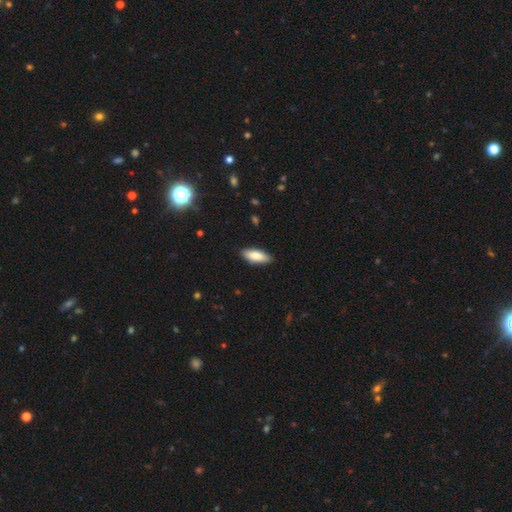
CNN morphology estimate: smooth 83%, featured or disk 12%, star or artifact 6%. Down the decision tree: how rounded — in between (72%); merging — none (86%).